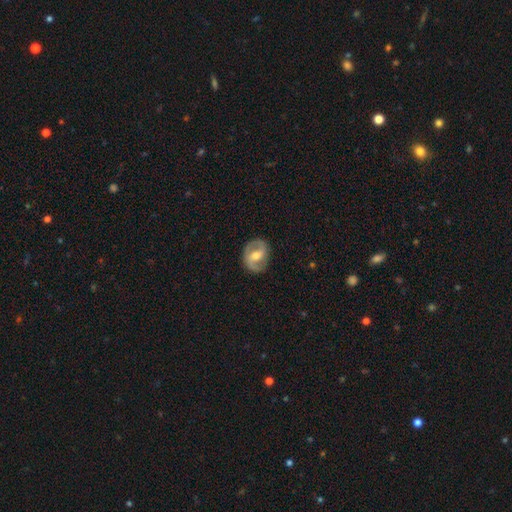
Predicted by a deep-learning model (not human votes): Smooth or featured?
  - featured or disk: 81% *
  - smooth: 14%
  - star or artifact: 5%
Edge-on disk?
  - no: 97% *
  - yes: 3%
Bar?
  - weak: 47% *
  - strong: 29%
  - no: 24%
Spiral arms?
  - yes: 91% *
  - no: 9%
Spiral winding?
  - medium: 52% *
  - tight: 27%
  - loose: 21%
Spiral arm count?
  - 2: 90% *
  - can't tell: 4%
  - 1: 3%
  - 3: 1%
  - 4: 1%
  - more than 4: 1%
Bulge size?
  - moderate: 67% *
  - small: 25%
  - large: 5%
  - none: 2%
  - dominant: 1%
Merging?
  - none: 84% *
  - minor disturbance: 11%
  - major disturbance: 3%
  - merger: 1%